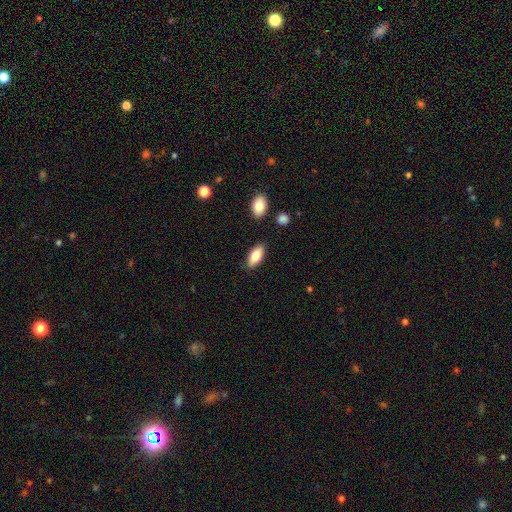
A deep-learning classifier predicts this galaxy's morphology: Overall: smooth (80%). How rounded: in between (86%). Merging: none (84%).